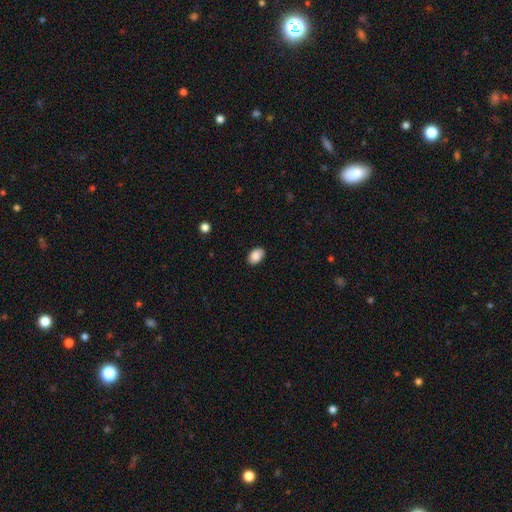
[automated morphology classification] smooth_or_featured: smooth (p=0.88) [alt: star or artifact p=0.07]
how_rounded: in between (p=0.87) [alt: round p=0.12]
merging: none (p=0.88) [alt: minor disturbance p=0.09]